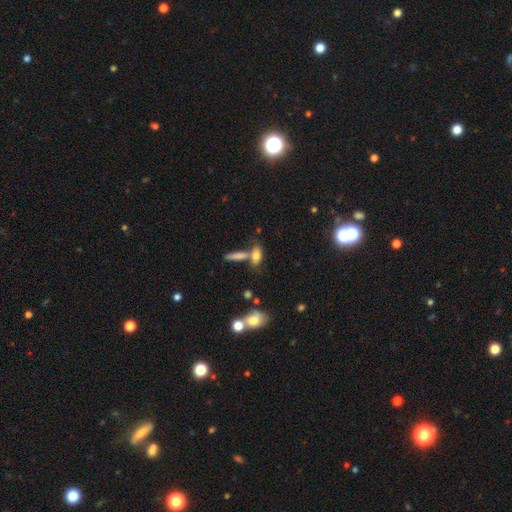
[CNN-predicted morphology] Smooth or featured? smooth (72%)
How rounded? in between (71%)
Merging? none (49%)